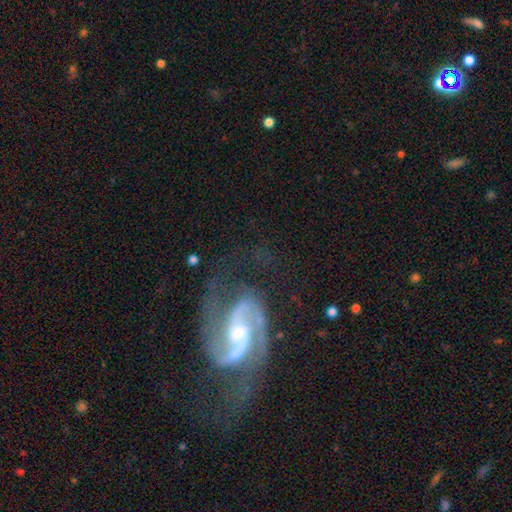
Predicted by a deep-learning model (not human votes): A featured or disk galaxy (92%) with a weak bar (46%), 2 (91%) medium (59%) spiral arms (98%) and a moderate central bulge (45%). Merging: none (67%).